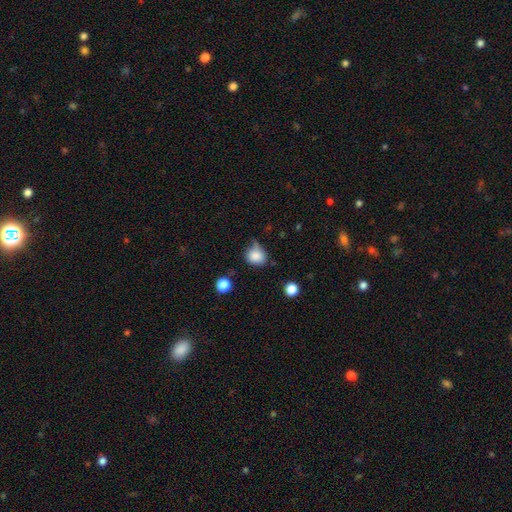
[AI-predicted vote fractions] This appears to be a smooth galaxy with no disk features (85%) that is round (75%). Merging: none (54%).